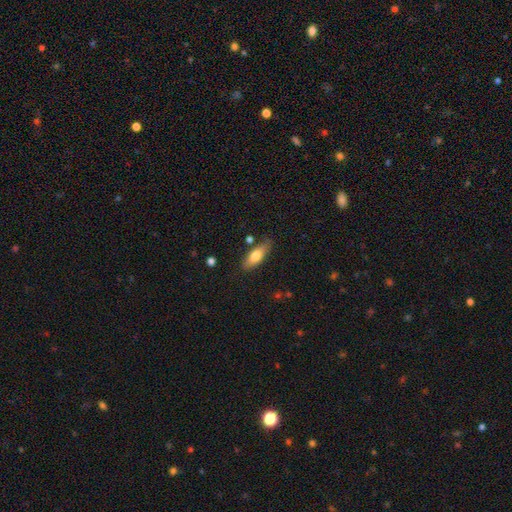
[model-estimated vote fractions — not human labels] A smooth galaxy with no disk features (72%) that is in between round and cigar-shaped (68%). Merging: none (79%).